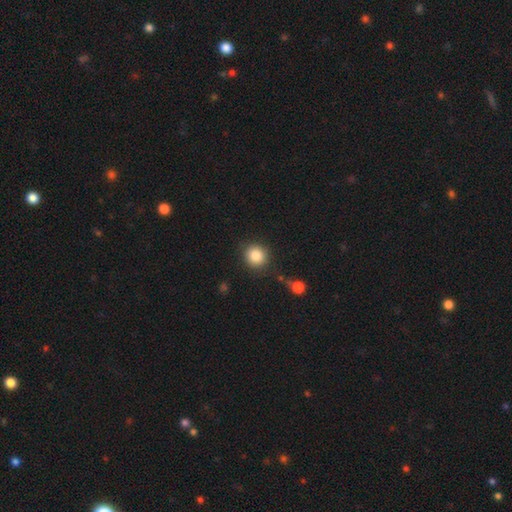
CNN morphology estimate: This appears to be a smooth galaxy with no disk features (85%) that is round (90%). Merging: none (85%).